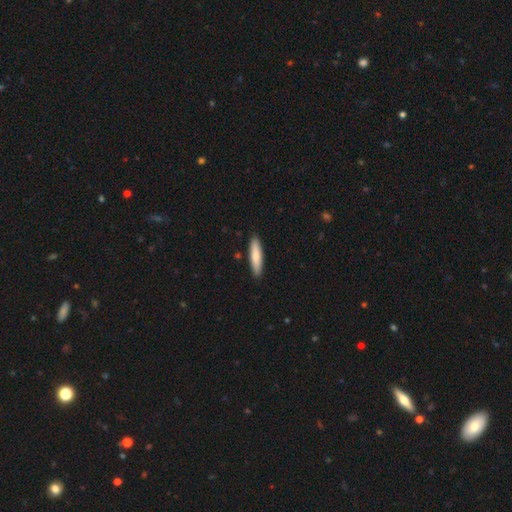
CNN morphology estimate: Smooth or featured? Predicted: smooth (p=0.78). How rounded? Predicted: cigar-shaped (p=0.78). Merging? Predicted: none (p=0.90).